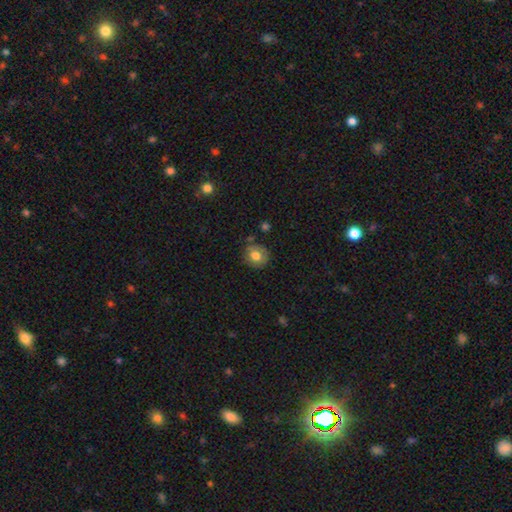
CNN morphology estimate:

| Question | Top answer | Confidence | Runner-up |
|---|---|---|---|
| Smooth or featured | smooth | 71% | featured or disk (20%) |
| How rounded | round | 80% | in between (19%) |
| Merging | none | 78% | minor disturbance (15%) |